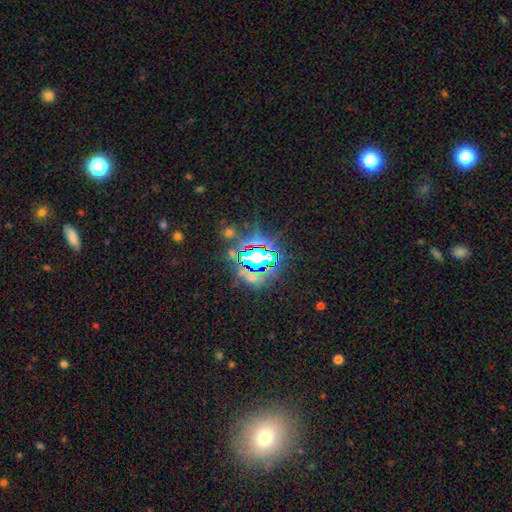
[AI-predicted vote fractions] Morphology: type=star or artifact (80%).